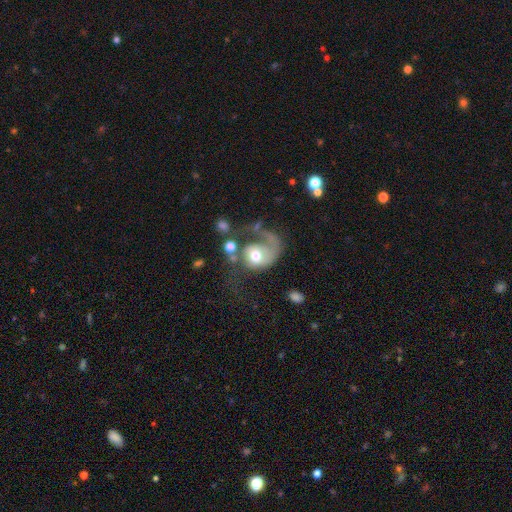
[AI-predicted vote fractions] Overall: featured or disk (62%; smooth 31%). Edge-on disk: no (97%). Bar: no (76%). Spiral arms: yes (79%). Bulge size: moderate (68%). Merging: major disturbance (49%; none 26%).